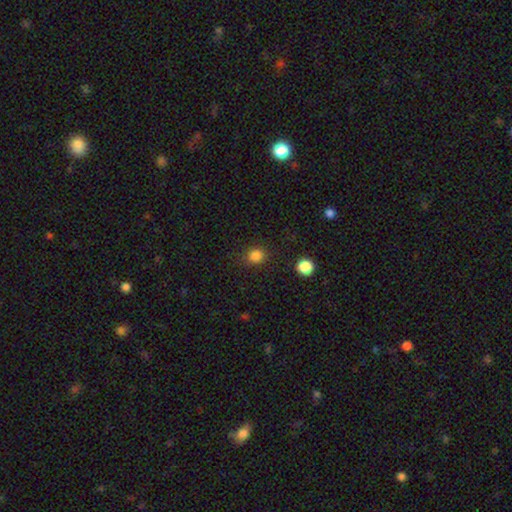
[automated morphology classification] A smooth galaxy with no disk features (84%) that is round (82%).

Vote fractions:
- Smooth or featured? smooth: 84% / star or artifact: 13% / featured or disk: 3%
- How rounded? round: 82% / in between: 17% / cigar-shaped: 1%
- Merging? none: 84% / minor disturbance: 11% / major disturbance: 4% / merger: 2%